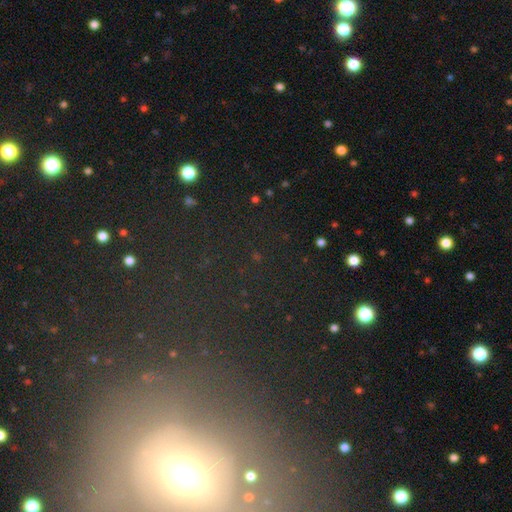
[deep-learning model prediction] Overall: star or artifact (54%; smooth 25%).